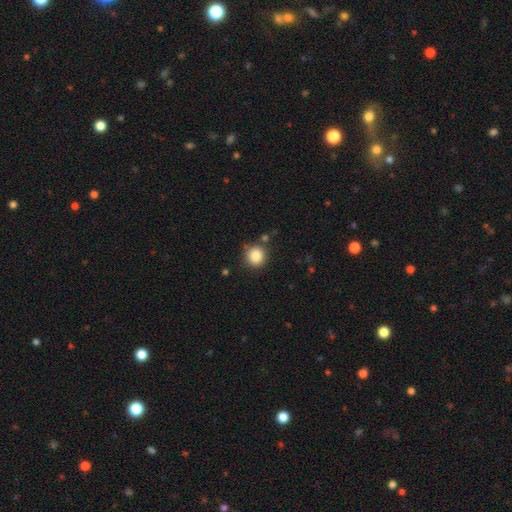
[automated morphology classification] This is clearly a smooth galaxy (86%). How rounded: clearly round (90%). Merging: clearly none (83%).